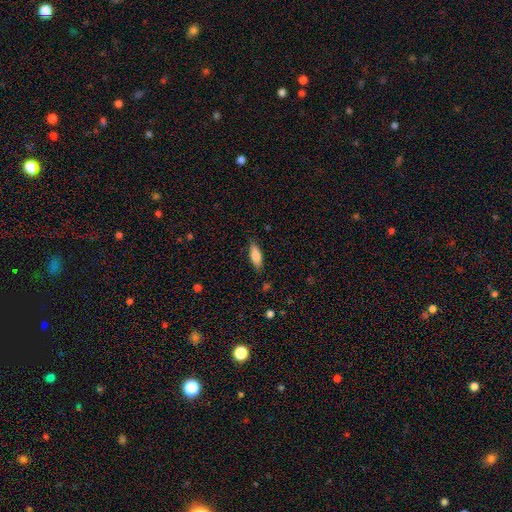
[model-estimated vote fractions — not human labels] Smooth or featured?
  - smooth: 79% *
  - featured or disk: 14%
  - star or artifact: 6%
How rounded?
  - in between: 65% *
  - cigar-shaped: 33%
  - round: 2%
Merging?
  - none: 84% *
  - minor disturbance: 12%
  - major disturbance: 3%
  - merger: 1%